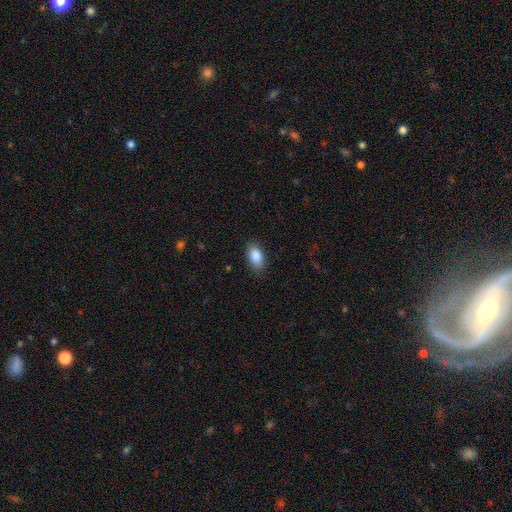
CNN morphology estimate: Overall: smooth (88%). How rounded: in between (93%). Merging: none (85%).